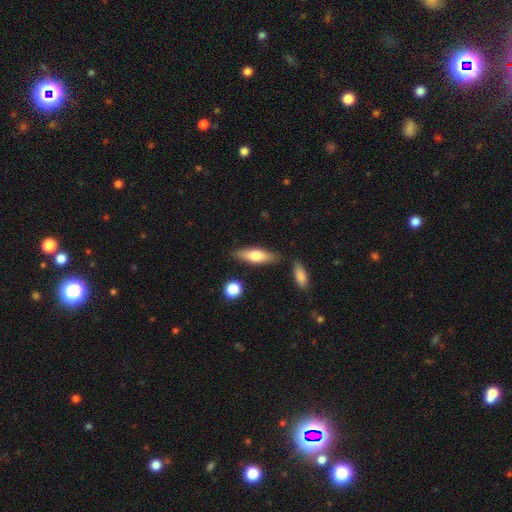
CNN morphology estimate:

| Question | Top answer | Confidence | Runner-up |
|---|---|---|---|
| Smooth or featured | smooth | 64% | featured or disk (30%) |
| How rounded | cigar-shaped | 51% | in between (46%) |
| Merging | none | 79% | minor disturbance (12%) |